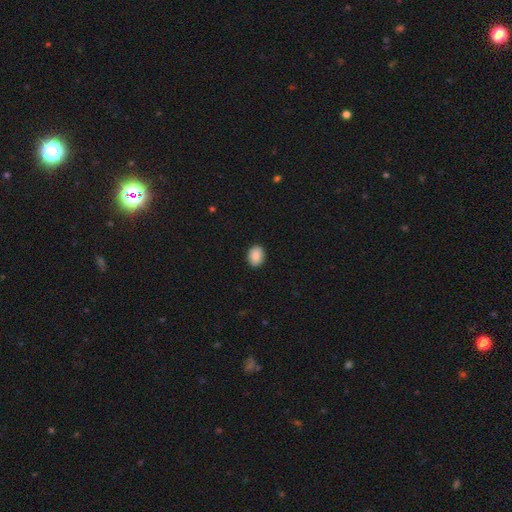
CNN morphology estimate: Q: Smooth or featured?
A: smooth (90%); runner-up: star or artifact (7%)
Q: How rounded?
A: in between (67%); runner-up: round (32%)
Q: Merging?
A: none (90%); runner-up: minor disturbance (7%)